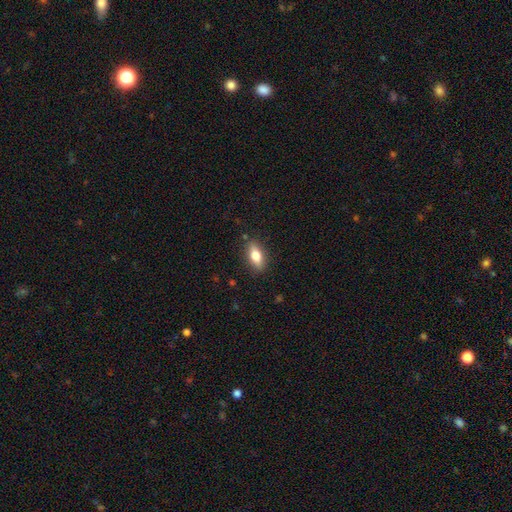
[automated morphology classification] Smooth or featured? Predicted: smooth (p=0.72). How rounded? Predicted: in between (p=0.78). Merging? Predicted: none (p=0.85).